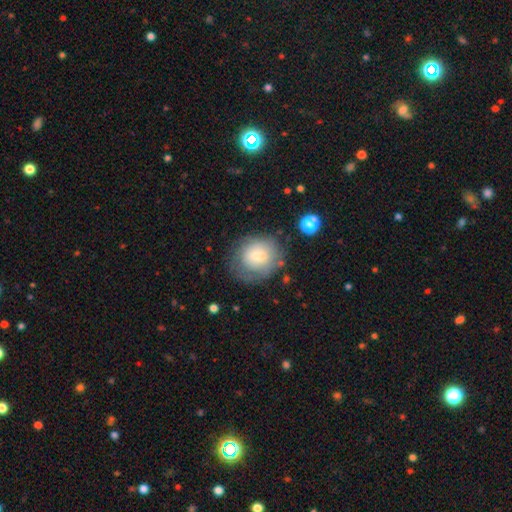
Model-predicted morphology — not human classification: Smooth or featured?
  - smooth: 65% *
  - featured or disk: 26%
  - star or artifact: 10%
How rounded?
  - round: 70% *
  - in between: 29%
  - cigar-shaped: 1%
Merging?
  - none: 65% *
  - minor disturbance: 21%
  - major disturbance: 11%
  - merger: 3%